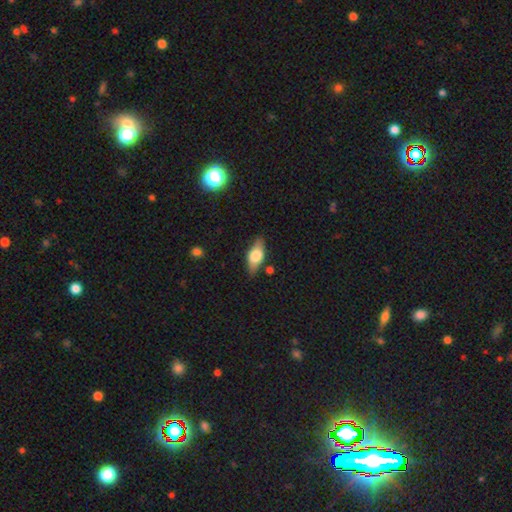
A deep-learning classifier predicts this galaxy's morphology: This is possibly a smooth galaxy (56%). How rounded: likely in between (79%). Merging: clearly none (81%).